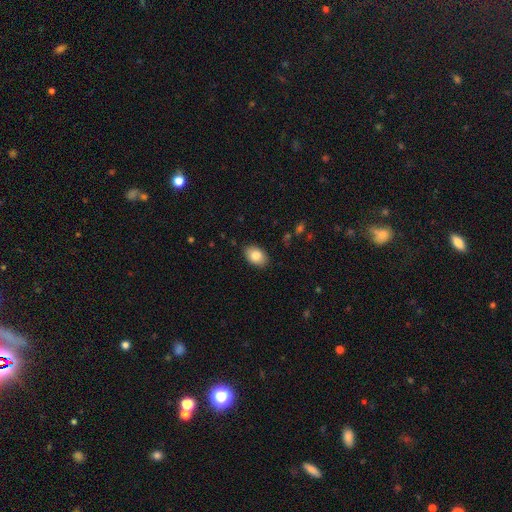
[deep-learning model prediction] Overall: smooth (84%). How rounded: in between (87%). Merging: none (88%).